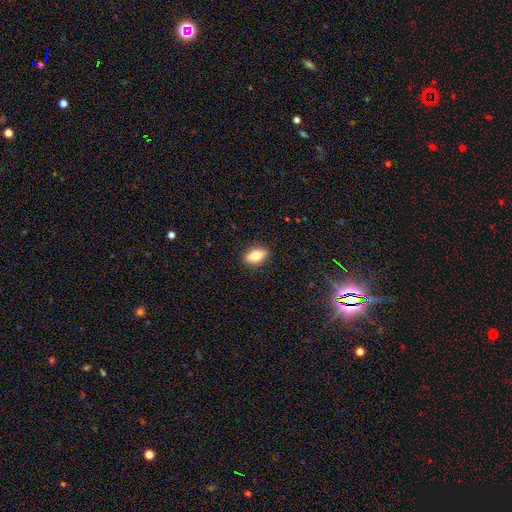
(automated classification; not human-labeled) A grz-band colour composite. It shows a smooth galaxy with no disk features (73%) that is in between round and cigar-shaped (81%). Merging: none (88%).